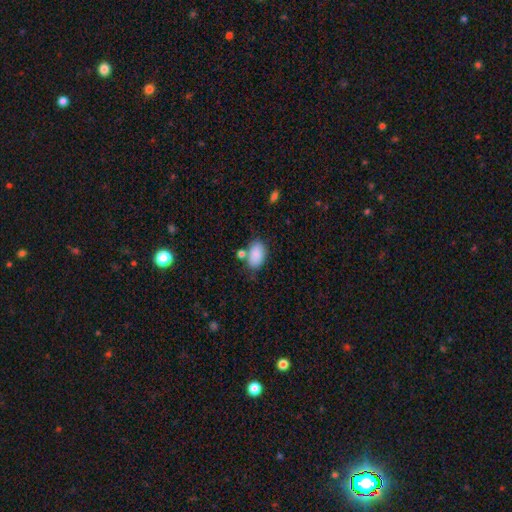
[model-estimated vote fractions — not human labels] Morphology: type=smooth (87%); roundness=in between (89%); merging=none (65%).